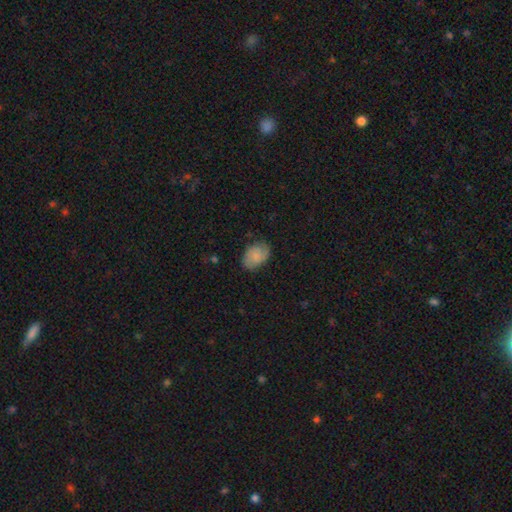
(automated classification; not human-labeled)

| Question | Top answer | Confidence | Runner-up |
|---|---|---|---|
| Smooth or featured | smooth | 73% | featured or disk (19%) |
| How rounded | in between | 84% | round (15%) |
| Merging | none | 76% | minor disturbance (19%) |